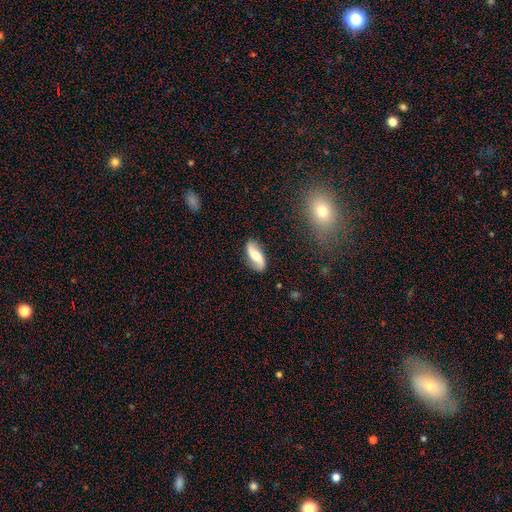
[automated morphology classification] smooth_or_featured: featured or disk (p=0.68) [alt: smooth p=0.26]
disk_edge_on: no (p=0.94) [alt: yes p=0.06]
bar: no (p=0.42) [alt: weak p=0.36]
has_spiral_arms: yes (p=0.94) [alt: no p=0.06]
spiral_winding: loose (p=0.73) [alt: medium p=0.20]
spiral_arm_count: 2 (p=0.92) [alt: can't tell p=0.03]
bulge_size: moderate (p=0.38) [alt: small p=0.21]
merging: none (p=0.81) [alt: minor disturbance p=0.14]